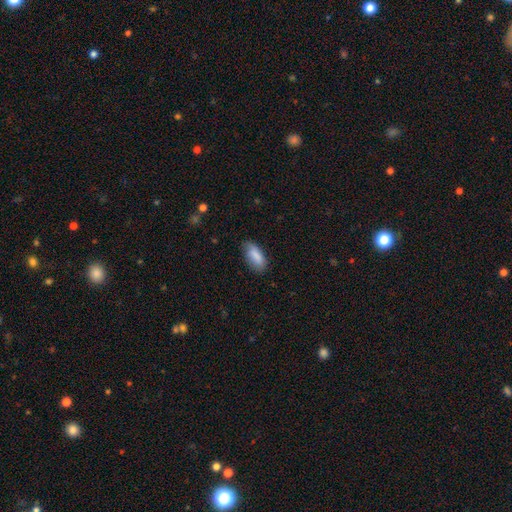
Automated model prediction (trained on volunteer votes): Overall: smooth (85%). How rounded: in between (86%). Merging: none (70%).